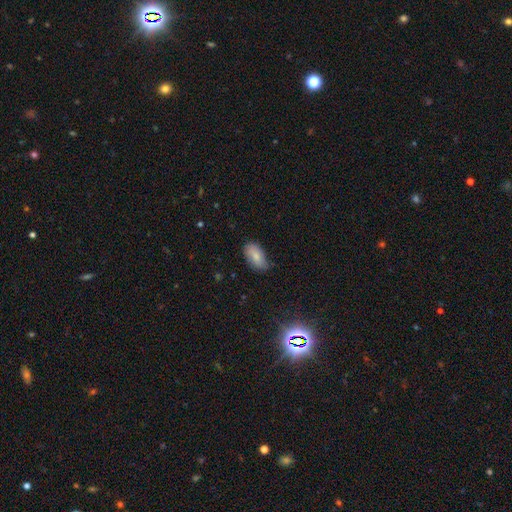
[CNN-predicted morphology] Smooth or featured: smooth — 81% (featured or disk — 12%)
How rounded: in between — 93% (cigar-shaped — 4%)
Merging: none — 72% (minor disturbance — 23%)